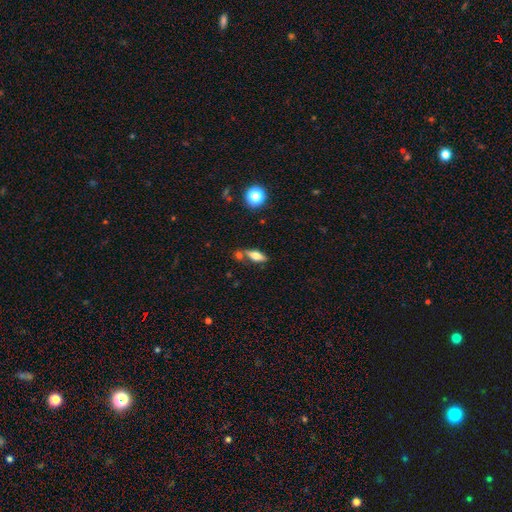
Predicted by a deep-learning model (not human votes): smooth_or_featured: smooth (p=0.57) [alt: featured or disk p=0.34]
how_rounded: in between (p=0.67) [alt: cigar-shaped p=0.29]
merging: none (p=0.68) [alt: merger p=0.15]